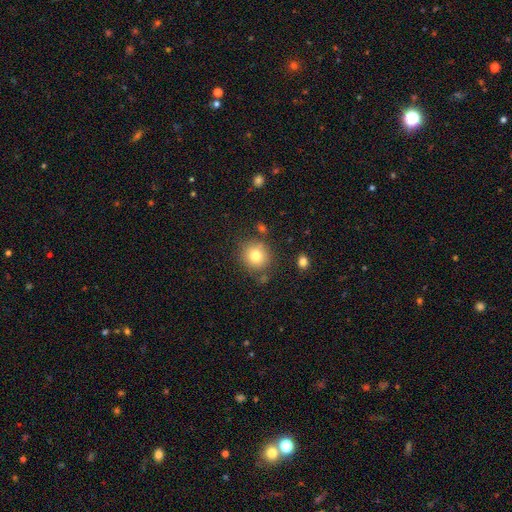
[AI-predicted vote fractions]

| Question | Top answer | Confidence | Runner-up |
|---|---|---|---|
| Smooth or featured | smooth | 78% | star or artifact (11%) |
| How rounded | round | 89% | in between (10%) |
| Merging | none | 80% | minor disturbance (11%) |